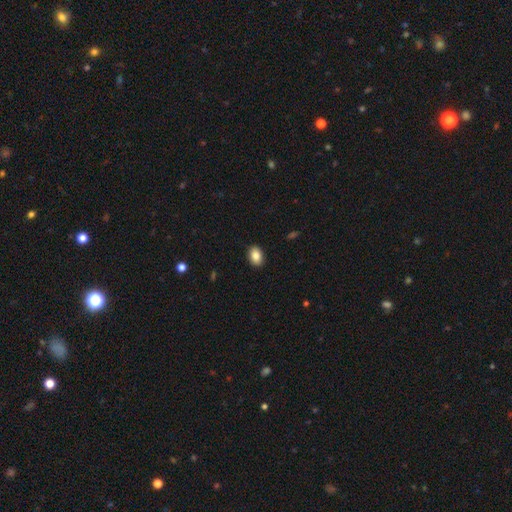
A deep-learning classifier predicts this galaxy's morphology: A smooth galaxy with no disk features (87%) that is in between round and cigar-shaped (81%). Merging: none (90%).